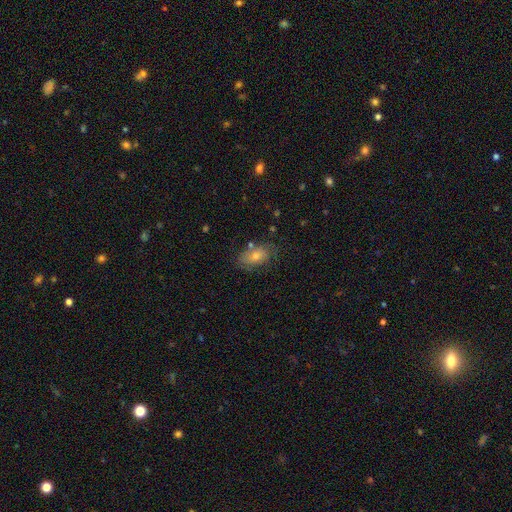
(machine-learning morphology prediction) smooth-or-featured: smooth: 53% | featured or disk: 33% | star or artifact: 13%
  how-rounded: in between: 86% | round: 8% | cigar-shaped: 6%
  merging: none: 72% | minor disturbance: 19% | major disturbance: 6% | merger: 4%